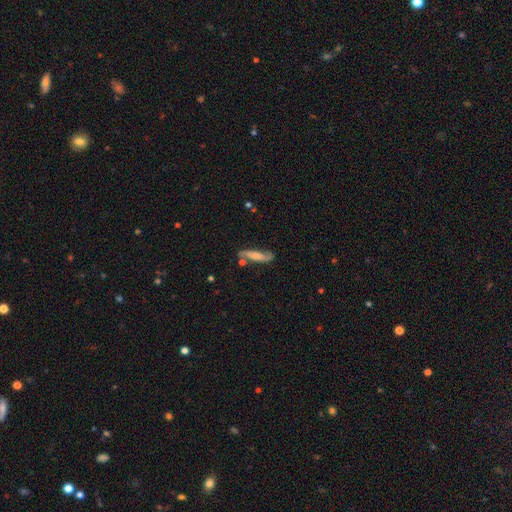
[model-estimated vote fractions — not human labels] featured or disk 50%, smooth 43%, star or artifact 7%. Down the decision tree: edge-on disk — no (62%); merging — none (66%).